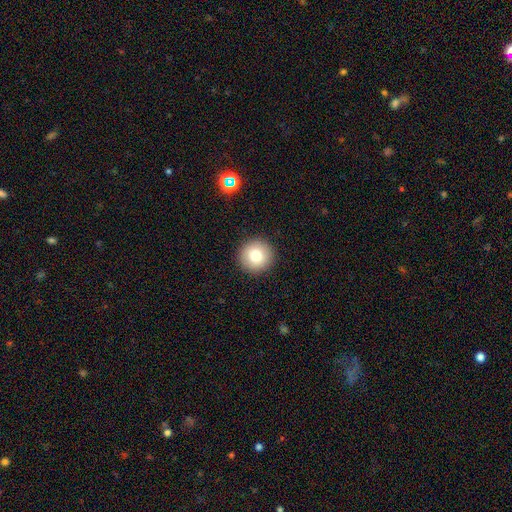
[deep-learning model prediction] Overall: smooth (78%). How rounded: round (95%). Merging: none (93%).